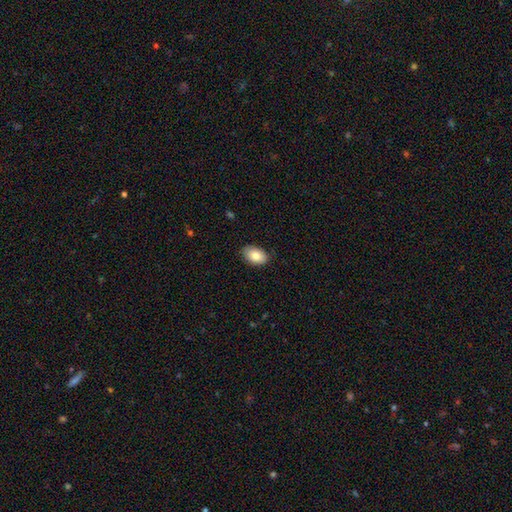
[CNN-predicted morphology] Smooth or featured? smooth (83%)
How rounded? in between (89%)
Merging? none (84%)